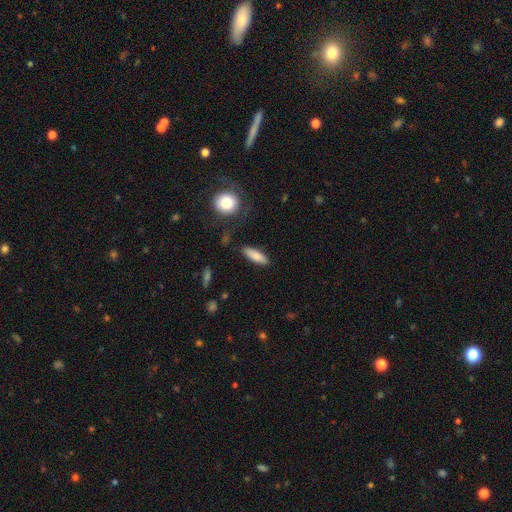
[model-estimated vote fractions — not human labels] Smooth or featured: smooth — 82% (featured or disk — 11%)
How rounded: in between — 51% (cigar-shaped — 46%)
Merging: none — 84% (minor disturbance — 11%)